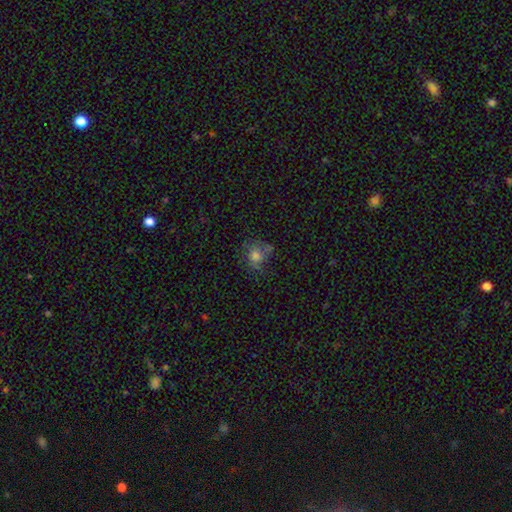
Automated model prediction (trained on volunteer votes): smooth 69%, featured or disk 16%, star or artifact 14%. Down the decision tree: how rounded — round (71%); merging — none (52%).